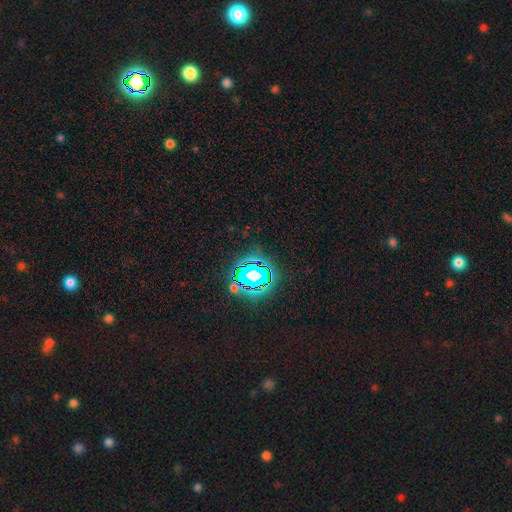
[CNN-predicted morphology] Smooth or featured? Predicted: star or artifact (p=0.82).